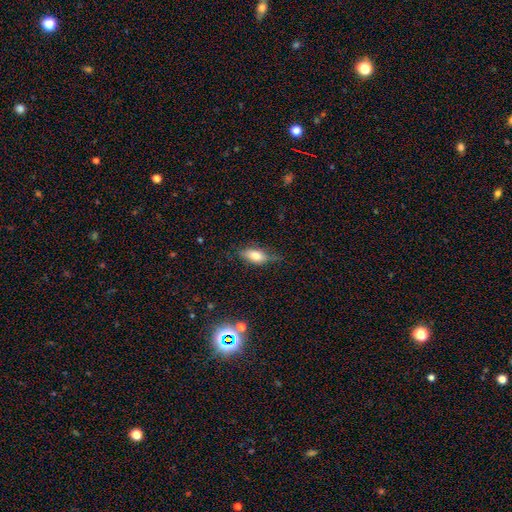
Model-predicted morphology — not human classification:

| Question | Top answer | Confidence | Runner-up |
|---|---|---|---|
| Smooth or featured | smooth | 67% | featured or disk (24%) |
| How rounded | in between | 80% | cigar-shaped (15%) |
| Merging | none | 61% | minor disturbance (28%) |